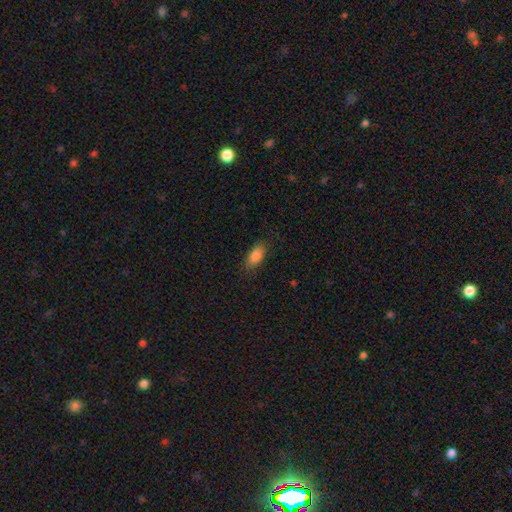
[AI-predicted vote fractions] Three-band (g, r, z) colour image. It shows a smooth galaxy with no disk features (87%) that is in between round and cigar-shaped (88%). Merging: none (80%).